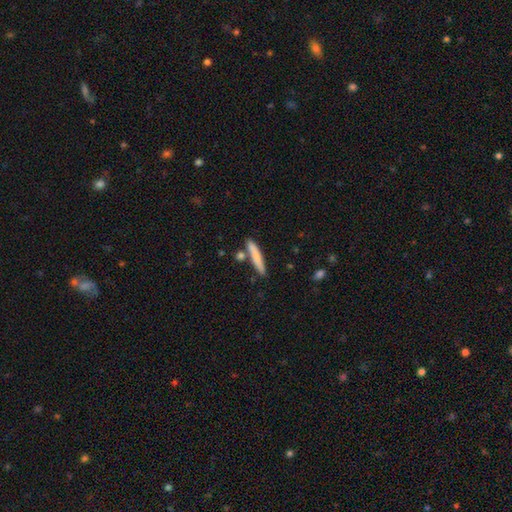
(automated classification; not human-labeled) Smooth or featured? smooth (76%)
How rounded? cigar-shaped (91%)
Merging? none (79%)